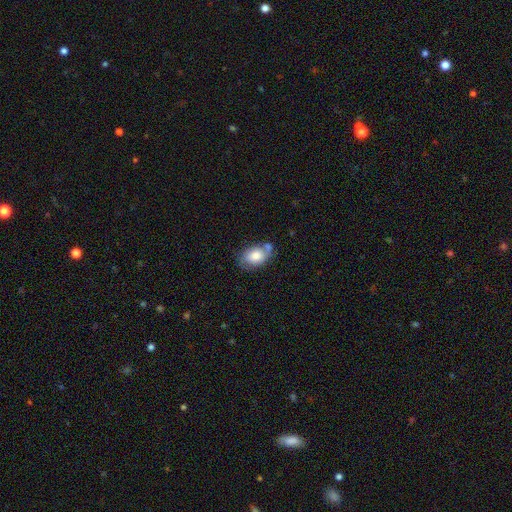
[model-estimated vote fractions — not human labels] Smooth or featured?
  - smooth: 70% *
  - featured or disk: 23%
  - star or artifact: 7%
How rounded?
  - in between: 87% *
  - round: 12%
  - cigar-shaped: 2%
Merging?
  - none: 49% *
  - minor disturbance: 26%
  - merger: 18%
  - major disturbance: 8%